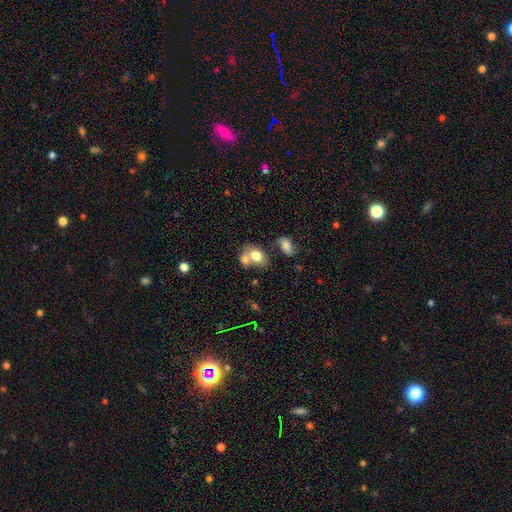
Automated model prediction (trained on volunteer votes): Overall: smooth (74%). How rounded: in between (64%; round 35%). Merging: merger (51%; none 34%).